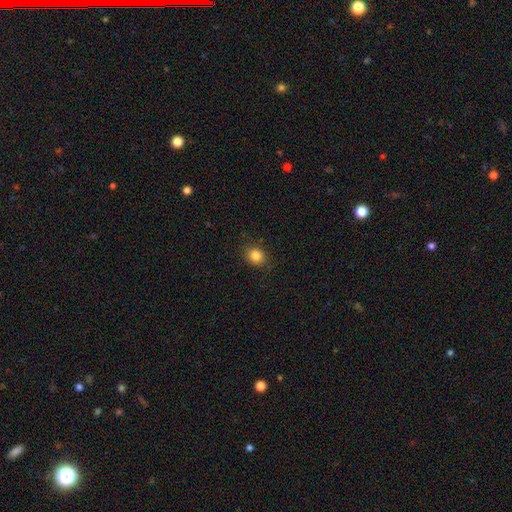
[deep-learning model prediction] Morphology: type=smooth (84%); roundness=round (70%); merging=none (87%).